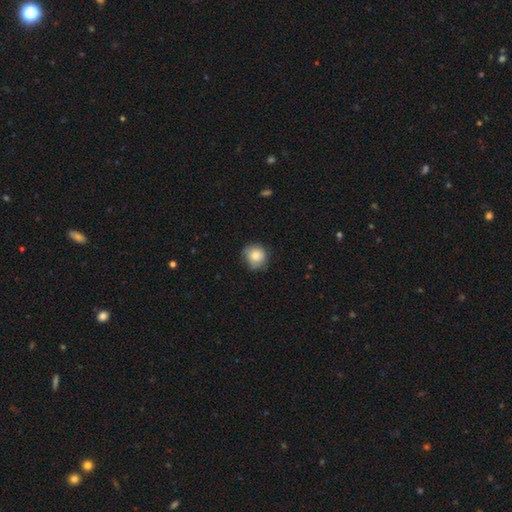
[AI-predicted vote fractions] This is clearly a smooth galaxy (82%). How rounded: clearly round (85%). Merging: likely none (67%).